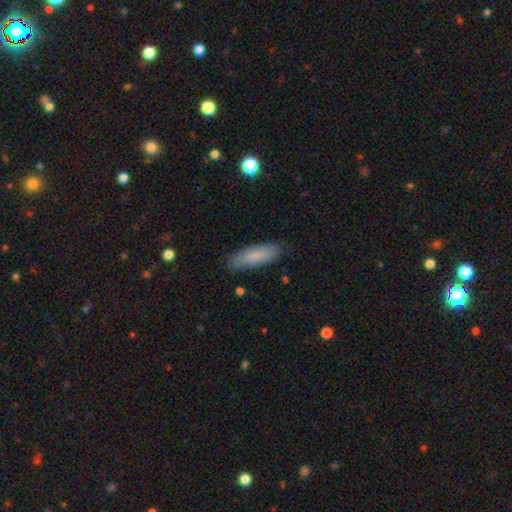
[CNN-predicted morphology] A smooth galaxy with no disk features (81%) that is in between round and cigar-shaped (54%).

Vote fractions:
- Smooth or featured? smooth: 81% / featured or disk: 12% / star or artifact: 6%
- How rounded? in between: 54% / cigar-shaped: 45% / round: 2%
- Merging? none: 83% / minor disturbance: 13% / major disturbance: 3% / merger: 1%